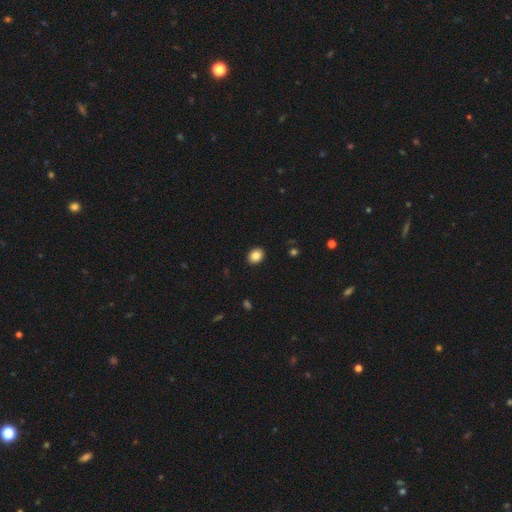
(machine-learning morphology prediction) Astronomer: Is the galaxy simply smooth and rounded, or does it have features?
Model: smooth — 86%.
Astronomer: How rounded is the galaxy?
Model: round — 53% (runner-up: in between, 46%).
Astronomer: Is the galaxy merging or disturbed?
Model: none — 91%.